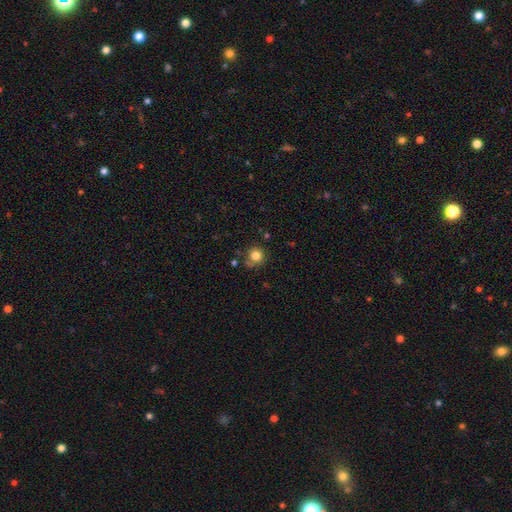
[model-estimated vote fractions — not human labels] smooth 81%, star or artifact 12%, featured or disk 7%. Down the decision tree: how rounded — round (90%); merging — none (72%).